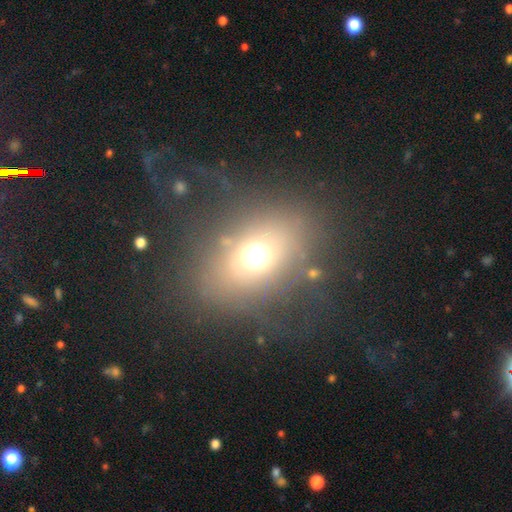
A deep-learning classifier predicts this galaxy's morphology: Overall: smooth (58%; star or artifact 23%). How rounded: in between (53%; round 45%). Merging: none (72%).